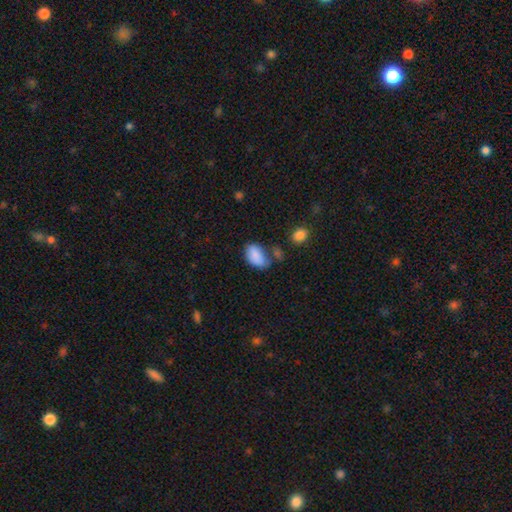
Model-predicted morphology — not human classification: smooth_or_featured: smooth (p=0.86) [alt: star or artifact p=0.08]
how_rounded: in between (p=0.93) [alt: round p=0.06]
merging: none (p=0.51) [alt: minor disturbance p=0.26]